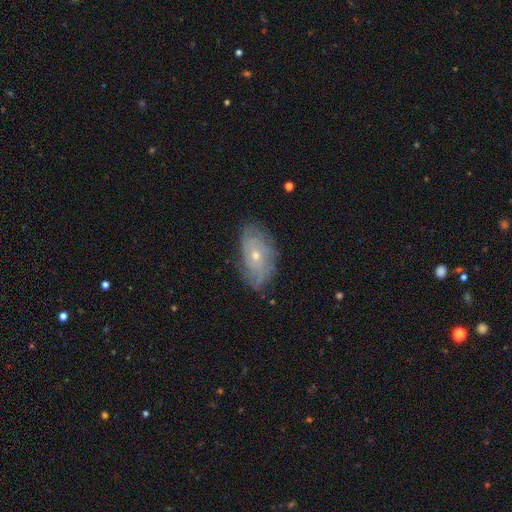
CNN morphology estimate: smooth_or_featured: featured or disk (p=0.72) [alt: smooth p=0.20]
disk_edge_on: no (p=0.93) [alt: yes p=0.07]
bar: no (p=0.79) [alt: weak p=0.18]
has_spiral_arms: yes (p=0.86) [alt: no p=0.14]
spiral_winding: tight (p=0.65) [alt: medium p=0.26]
spiral_arm_count: can't tell (p=0.53) [alt: 2 p=0.16]
bulge_size: small (p=0.60) [alt: moderate p=0.37]
merging: none (p=0.77) [alt: minor disturbance p=0.17]